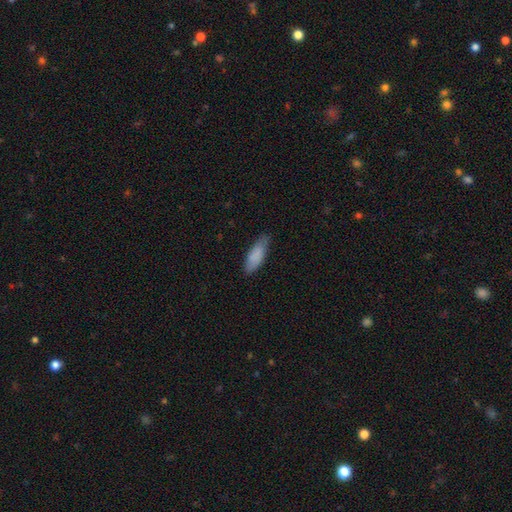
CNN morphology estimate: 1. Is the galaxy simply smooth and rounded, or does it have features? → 86% smooth, 8% featured or disk, 6% star or artifact.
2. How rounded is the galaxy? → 66% in between, 32% cigar-shaped, 2% round.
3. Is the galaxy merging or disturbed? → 76% none, 19% minor disturbance, 3% major disturbance, 1% merger.